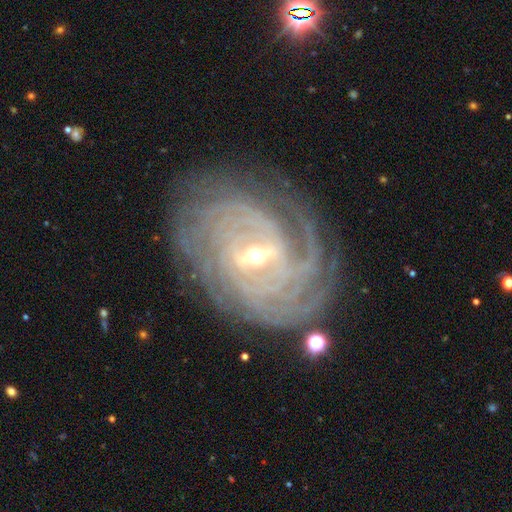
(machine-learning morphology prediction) A featured or disk galaxy (90%) with a weak bar (49%), 4 (27%) tight (80%) spiral arms (98%) and a small central bulge (59%).

Vote fractions:
- Smooth or featured? featured or disk: 90% / star or artifact: 5% / smooth: 4%
- Edge-on disk? no: 96% / yes: 4%
- Bar? weak: 49% / strong: 37% / no: 14%
- Spiral arms? yes: 98% / no: 2%
- Spiral winding? tight: 80% / medium: 17% / loose: 3%
- Spiral arm count? 4: 27% / can't tell: 24% / more than 4: 19% / 3: 14% / 2: 10% / 1: 7%
- Bulge size? small: 59% / moderate: 37% / large: 2% / none: 1% / dominant: 1%
- Merging? none: 77% / minor disturbance: 15% / major disturbance: 6% / merger: 2%